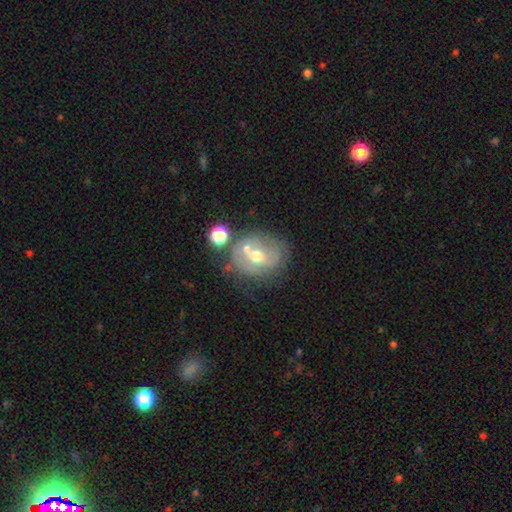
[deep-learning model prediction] This appears to be a featured or disk galaxy (52%). Merging: none (47%).